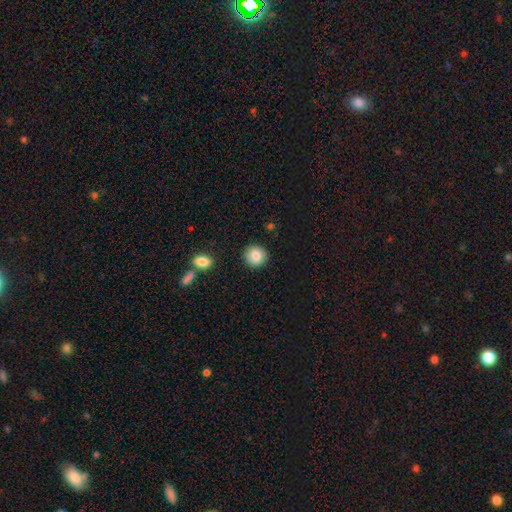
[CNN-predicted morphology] Overall: smooth (82%). How rounded: round (89%). Merging: none (89%).